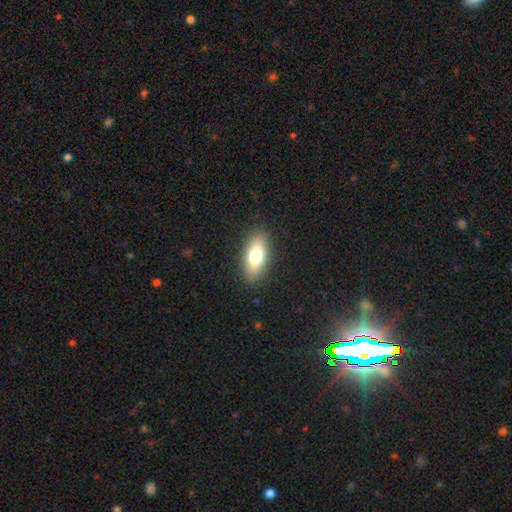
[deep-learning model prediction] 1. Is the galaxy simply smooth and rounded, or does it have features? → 76% smooth, 17% featured or disk, 7% star or artifact.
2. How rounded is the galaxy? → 84% in between, 13% cigar-shaped, 3% round.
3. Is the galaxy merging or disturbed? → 88% none, 9% minor disturbance, 2% major disturbance, 1% merger.